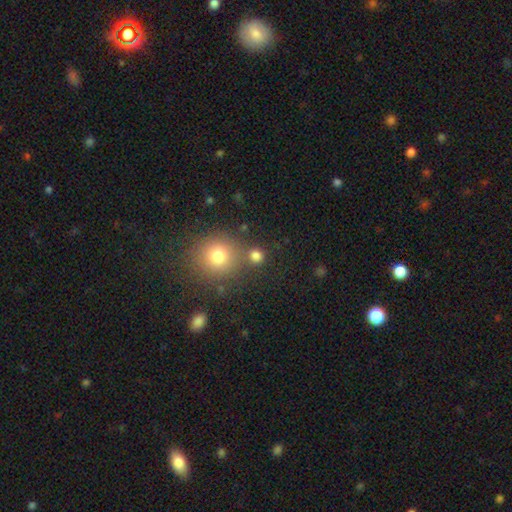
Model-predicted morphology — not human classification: type=smooth (79%); roundness=round (90%); merging=none (75%).